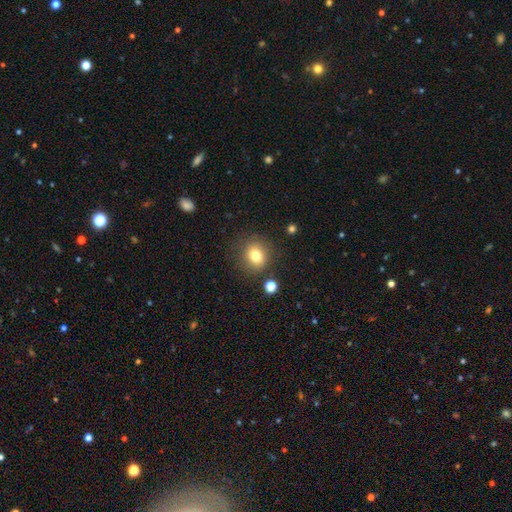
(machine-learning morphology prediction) type=smooth (79%); roundness=round (73%); merging=none (83%).